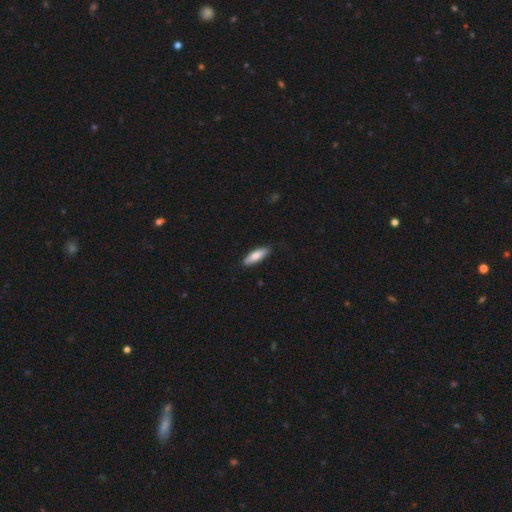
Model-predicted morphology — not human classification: smooth-or-featured: smooth: 79% | featured or disk: 15% | star or artifact: 5%
  how-rounded: cigar-shaped: 53% | in between: 46% | round: 2%
  merging: none: 87% | minor disturbance: 10% | major disturbance: 2% | merger: 1%